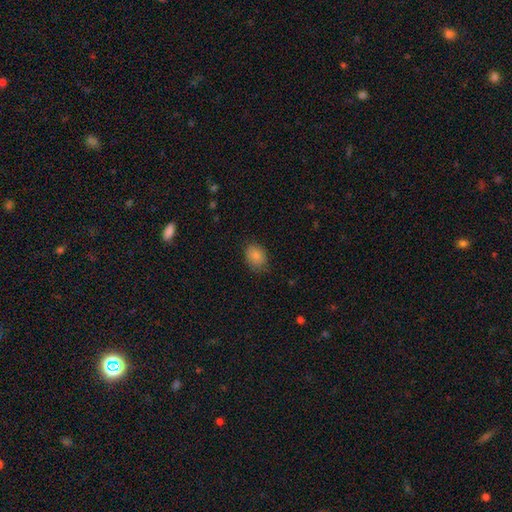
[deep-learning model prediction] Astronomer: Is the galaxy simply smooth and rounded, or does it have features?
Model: smooth — 86%.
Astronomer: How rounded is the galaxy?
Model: in between — 65%.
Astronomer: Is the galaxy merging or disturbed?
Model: none — 75%.